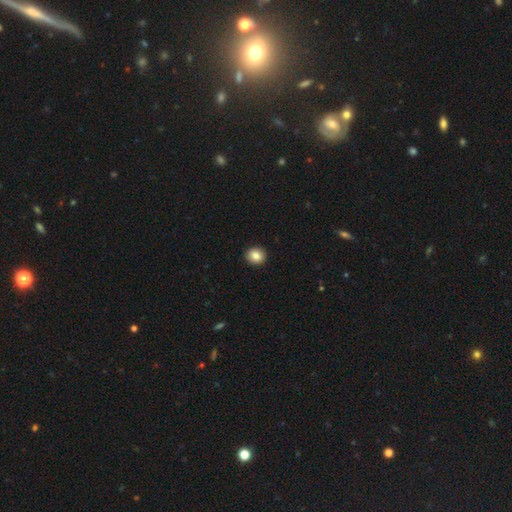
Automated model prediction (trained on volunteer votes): Overall: smooth (85%). How rounded: round (83%). Merging: none (93%).